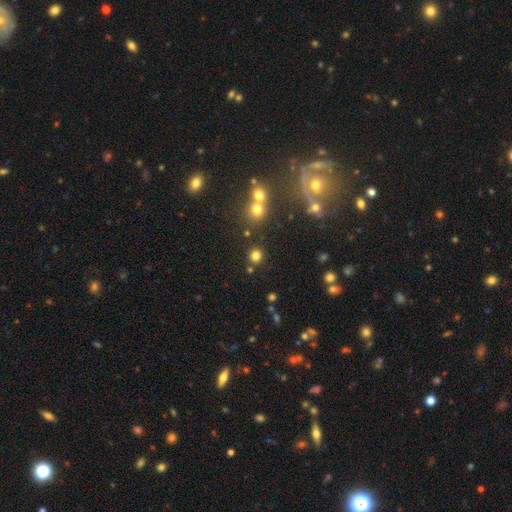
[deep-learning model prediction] This appears to be a smooth galaxy with no disk features (77%) that is round (88%). Merging: none (82%).